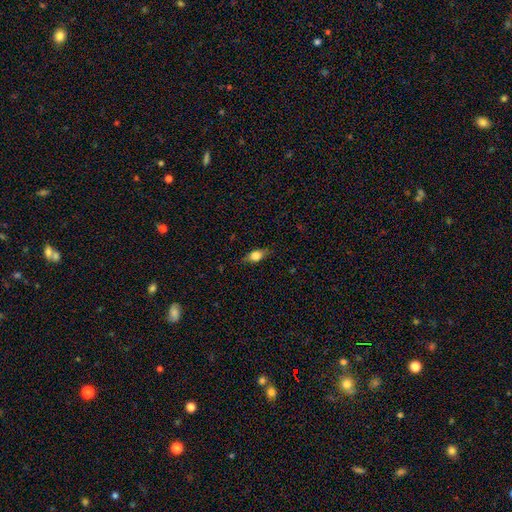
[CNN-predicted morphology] A smooth galaxy with no disk features (66%) that is in between round and cigar-shaped (72%).

Vote fractions:
- Smooth or featured? smooth: 66% / featured or disk: 25% / star or artifact: 9%
- How rounded? in between: 72% / round: 15% / cigar-shaped: 14%
- Merging? none: 78% / minor disturbance: 17% / major disturbance: 4% / merger: 1%